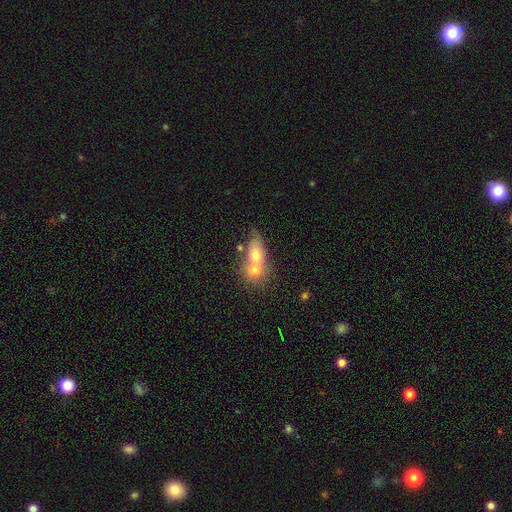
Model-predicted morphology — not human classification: This is likely a smooth galaxy (63%). How rounded: possibly in between (49%). Merging: likely merger (73%).